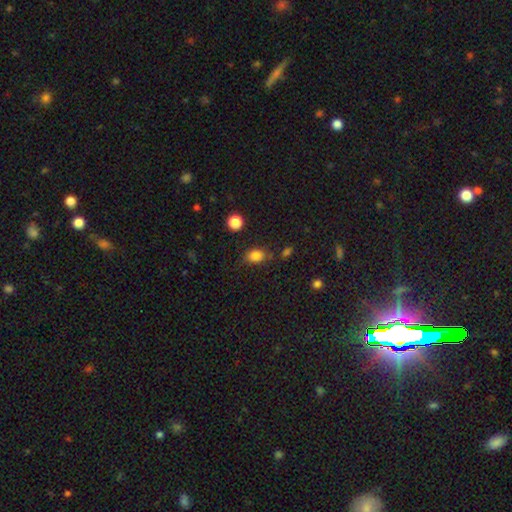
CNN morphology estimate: type=smooth (83%); roundness=in between (65%); merging=none (73%).